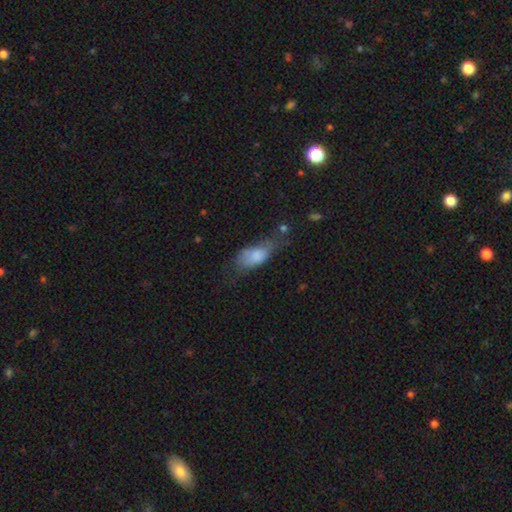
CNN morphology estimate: smooth 74%, featured or disk 17%, star or artifact 9%. Down the decision tree: how rounded — in between (85%); merging — minor disturbance (33%).